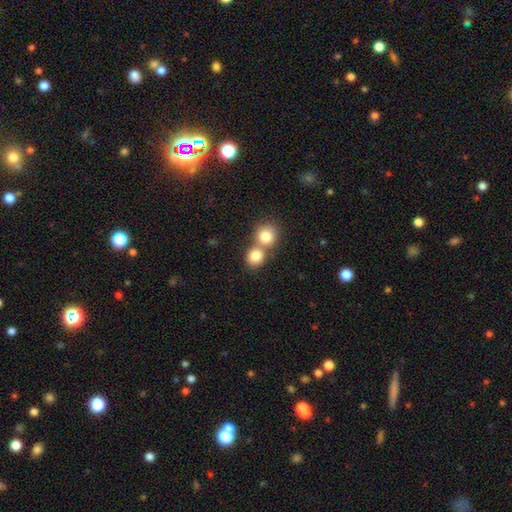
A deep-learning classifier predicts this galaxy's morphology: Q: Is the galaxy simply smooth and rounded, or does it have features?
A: smooth — 82%.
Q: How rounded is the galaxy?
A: round — 77%.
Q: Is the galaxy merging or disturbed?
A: merger — 53%.